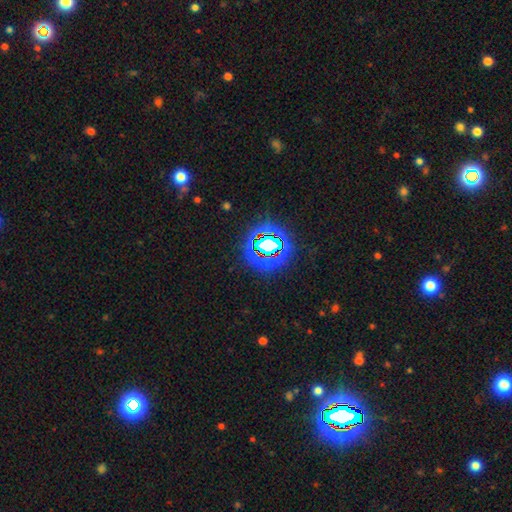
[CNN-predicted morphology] type=star or artifact (79%).